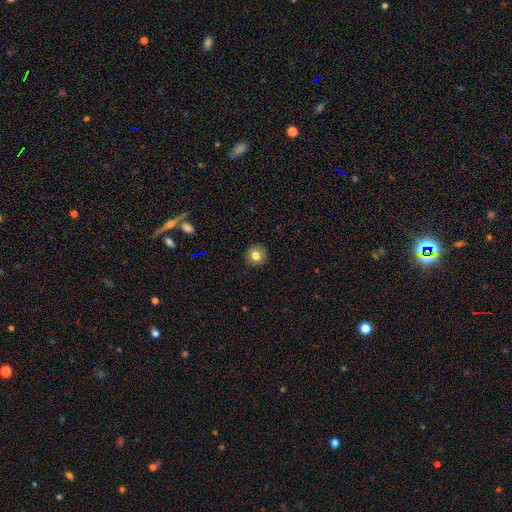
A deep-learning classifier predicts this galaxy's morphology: smooth_or_featured: smooth (p=0.80) [alt: star or artifact p=0.10]
how_rounded: round (p=0.89) [alt: in between p=0.10]
merging: none (p=0.88) [alt: minor disturbance p=0.09]